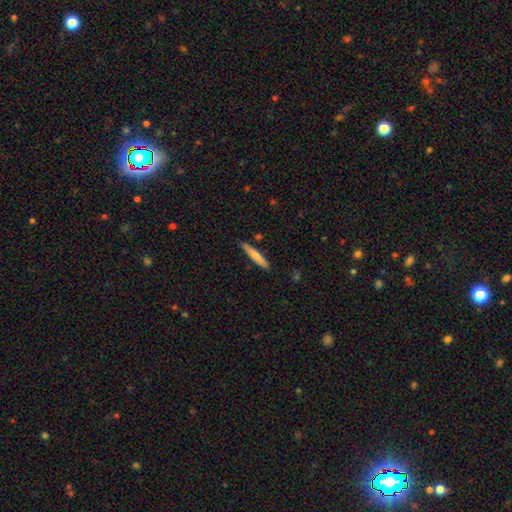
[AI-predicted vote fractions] smooth_or_featured: smooth (p=0.69) [alt: featured or disk p=0.25]
how_rounded: cigar-shaped (p=0.92) [alt: in between p=0.07]
merging: none (p=0.86) [alt: minor disturbance p=0.10]